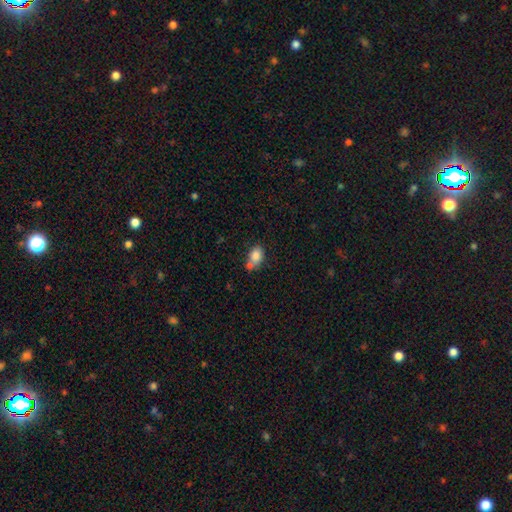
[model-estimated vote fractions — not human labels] Q: Smooth or featured?
A: smooth (82%); runner-up: star or artifact (9%)
Q: How rounded?
A: in between (74%); runner-up: round (24%)
Q: Merging?
A: none (48%); runner-up: merger (32%)